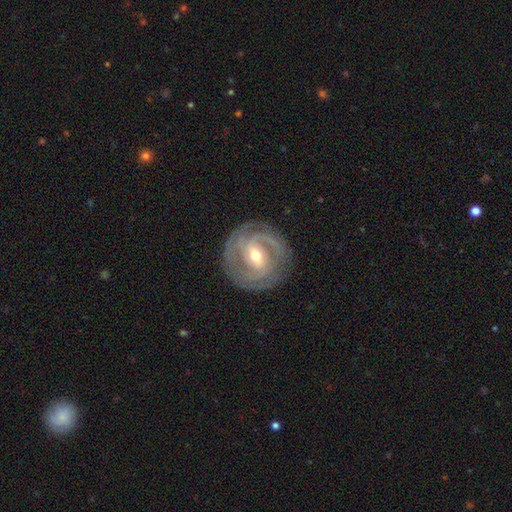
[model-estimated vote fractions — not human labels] Q: Smooth or featured?
A: featured or disk (87%); runner-up: smooth (8%)
Q: Edge-on disk?
A: no (96%); runner-up: yes (4%)
Q: Bar?
A: weak (46%); runner-up: strong (34%)
Q: Spiral arms?
A: yes (96%); runner-up: no (4%)
Q: Spiral winding?
A: tight (71%); runner-up: medium (24%)
Q: Spiral arm count?
A: 2 (36%); runner-up: 3 (29%)
Q: Bulge size?
A: moderate (63%); runner-up: small (32%)
Q: Merging?
A: none (83%); runner-up: minor disturbance (12%)